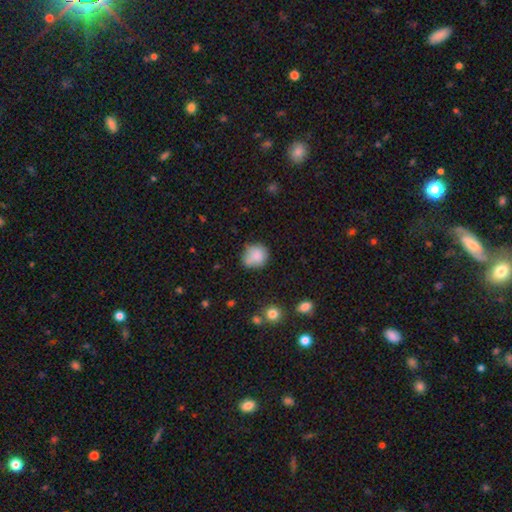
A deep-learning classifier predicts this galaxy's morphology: Overall: smooth (82%). How rounded: round (75%). Merging: none (58%; minor disturbance 28%).